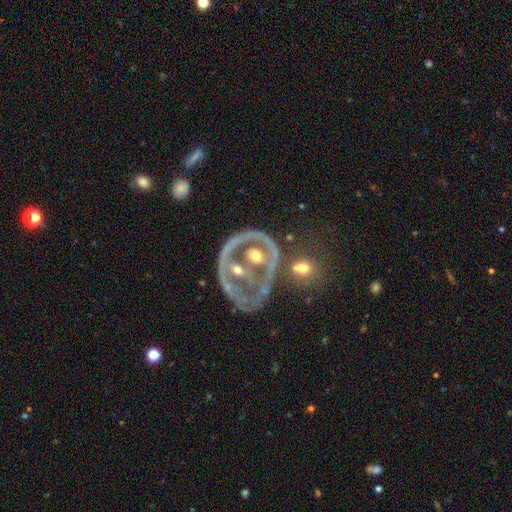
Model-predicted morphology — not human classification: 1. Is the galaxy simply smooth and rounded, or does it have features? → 68% featured or disk, 18% star or artifact, 14% smooth.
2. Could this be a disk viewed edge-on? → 93% no, 7% yes.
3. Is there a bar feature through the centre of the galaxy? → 66% no, 20% weak, 14% strong.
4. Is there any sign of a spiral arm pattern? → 51% no, 49% yes.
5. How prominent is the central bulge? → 45% moderate, 41% small, 6% none, 5% large, 3% dominant.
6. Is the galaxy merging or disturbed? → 46% none, 21% merger, 17% major disturbance, 16% minor disturbance.